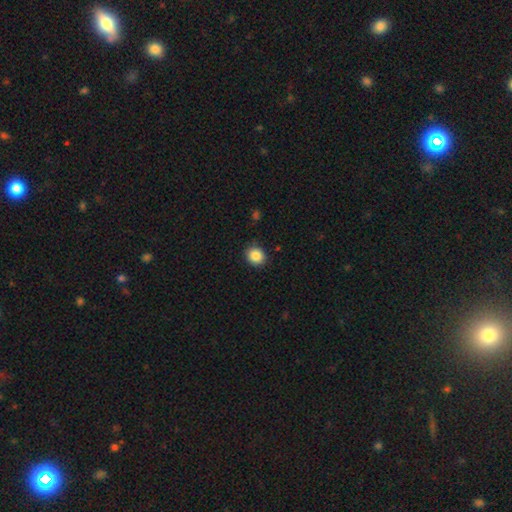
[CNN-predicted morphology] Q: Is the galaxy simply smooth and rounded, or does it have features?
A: smooth — 86%.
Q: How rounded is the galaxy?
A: round — 77%.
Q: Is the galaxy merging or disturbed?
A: none — 88%.